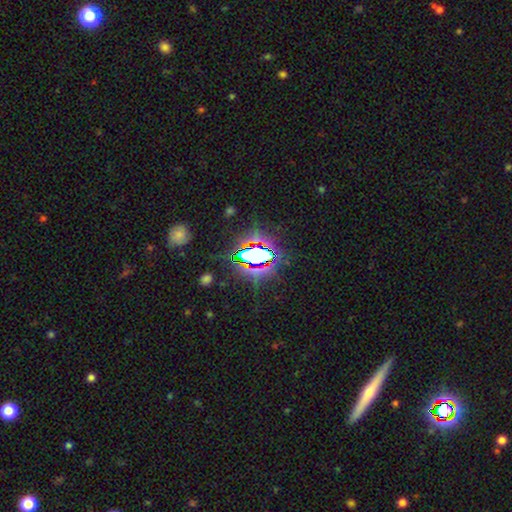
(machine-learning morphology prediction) This is likely a star or artifact rather than a galaxy (72%).